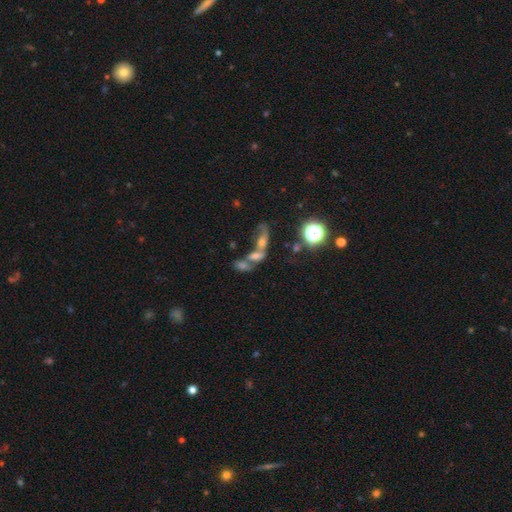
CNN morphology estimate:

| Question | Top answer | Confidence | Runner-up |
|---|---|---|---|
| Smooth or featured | featured or disk | 36% | smooth (34%) |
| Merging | merger | 54% | none (27%) |